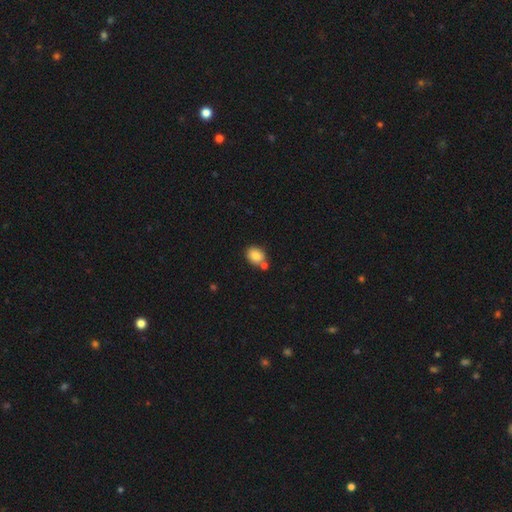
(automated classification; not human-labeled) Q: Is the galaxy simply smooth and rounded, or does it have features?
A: smooth — 84%.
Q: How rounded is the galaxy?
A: in between — 57%.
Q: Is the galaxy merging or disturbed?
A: none — 63%.